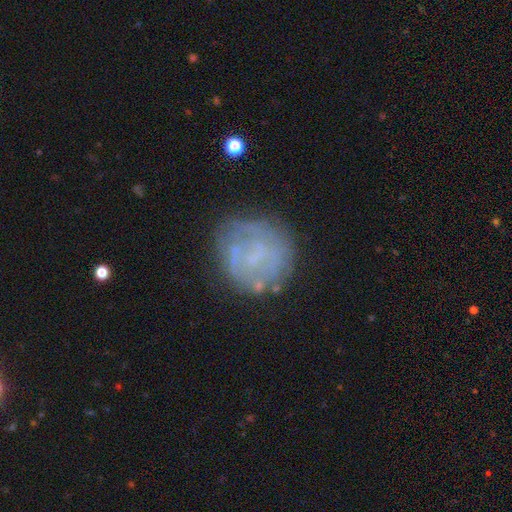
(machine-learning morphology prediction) This is possibly a featured or disk galaxy (58%). It is clearly not viewed edge-on (98%). Bar: likely no (66%). Spiral arm pattern: likely no (62%). Central bulge: possibly none (56%). Merging: likely none (69%).